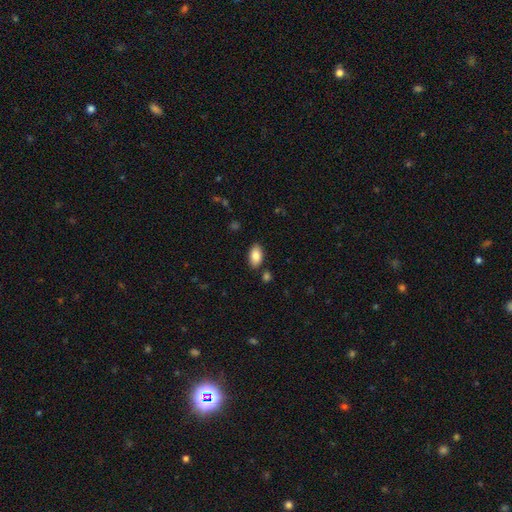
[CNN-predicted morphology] Smooth or featured?
  - smooth: 86% *
  - star or artifact: 7%
  - featured or disk: 7%
How rounded?
  - in between: 94% *
  - round: 4%
  - cigar-shaped: 2%
Merging?
  - none: 85% *
  - minor disturbance: 10%
  - merger: 3%
  - major disturbance: 2%